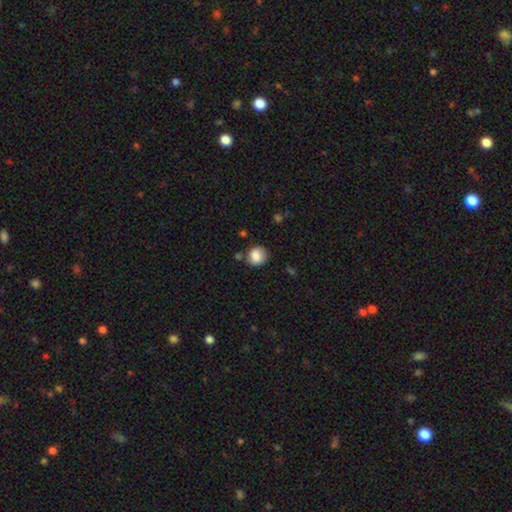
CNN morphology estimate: This appears to be a smooth galaxy with no disk features (85%) that is round (81%). Merging: none (72%).